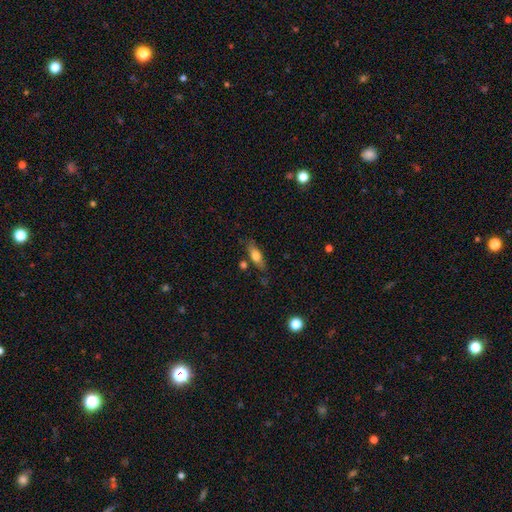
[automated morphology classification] A smooth galaxy with no disk features (68%) that is in between round and cigar-shaped (59%).

Vote fractions:
- Smooth or featured? smooth: 68% / featured or disk: 25% / star or artifact: 7%
- How rounded? in between: 59% / cigar-shaped: 38% / round: 3%
- Merging? none: 69% / minor disturbance: 19% / merger: 7% / major disturbance: 5%